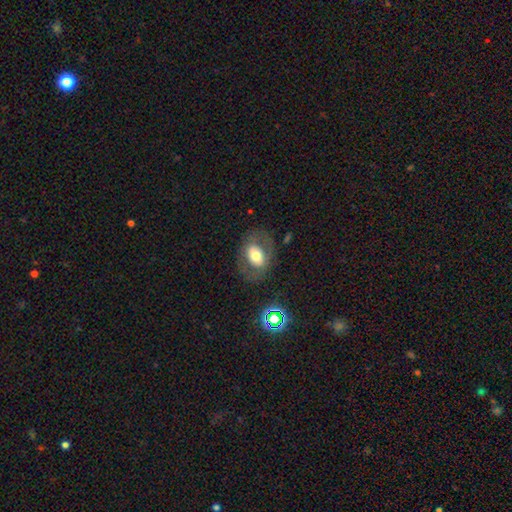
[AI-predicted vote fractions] Smooth or featured?
  - smooth: 54% *
  - featured or disk: 36%
  - star or artifact: 10%
How rounded?
  - in between: 69% *
  - round: 30%
  - cigar-shaped: 1%
Merging?
  - none: 72% *
  - minor disturbance: 14%
  - major disturbance: 12%
  - merger: 2%